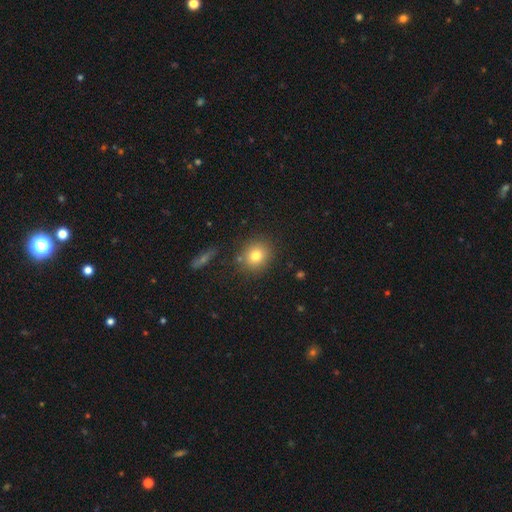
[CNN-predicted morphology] A smooth galaxy with no disk features (79%) that is round (79%). Merging: none (83%).